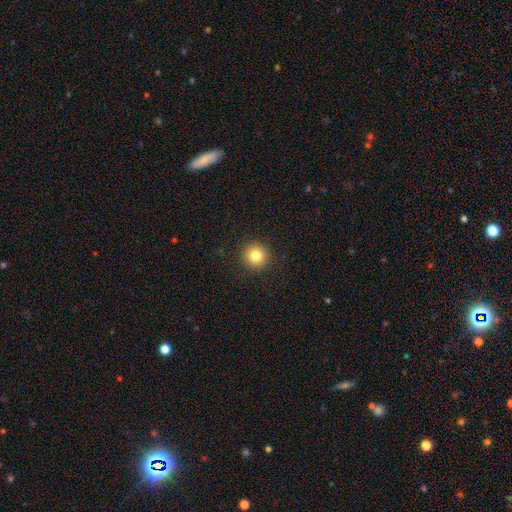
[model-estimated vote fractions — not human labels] This appears to be a smooth galaxy with no disk features (81%) that is round (95%). Merging: none (92%).